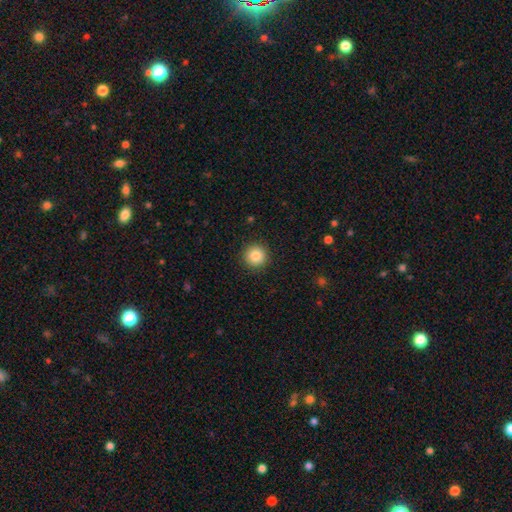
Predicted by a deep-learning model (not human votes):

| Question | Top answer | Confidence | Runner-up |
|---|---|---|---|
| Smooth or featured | smooth | 85% | star or artifact (10%) |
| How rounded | round | 95% | in between (4%) |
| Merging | none | 92% | minor disturbance (6%) |